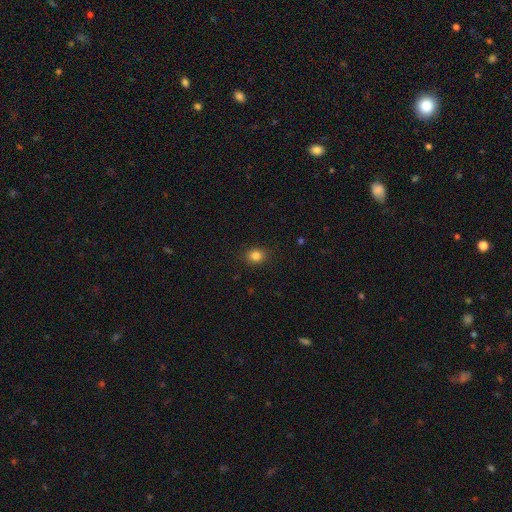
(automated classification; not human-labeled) Smooth or featured: smooth — 84% (star or artifact — 11%)
How rounded: round — 64% (in between — 35%)
Merging: none — 89% (minor disturbance — 8%)